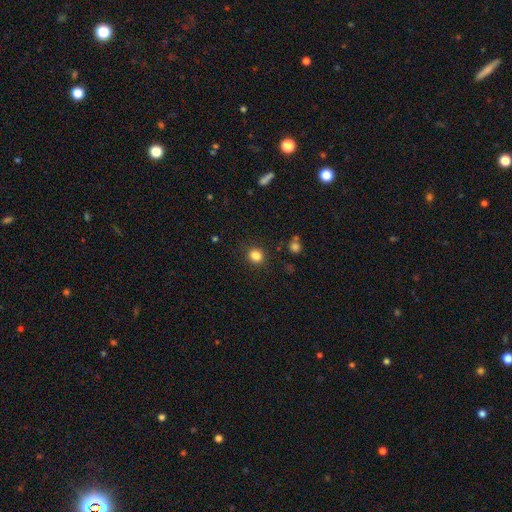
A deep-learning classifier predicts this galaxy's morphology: The model was most divided on "how rounded": round: 84%, in between: 15%, cigar-shaped: 1%. More confident: merging — none (88%); smooth or featured — smooth (84%).